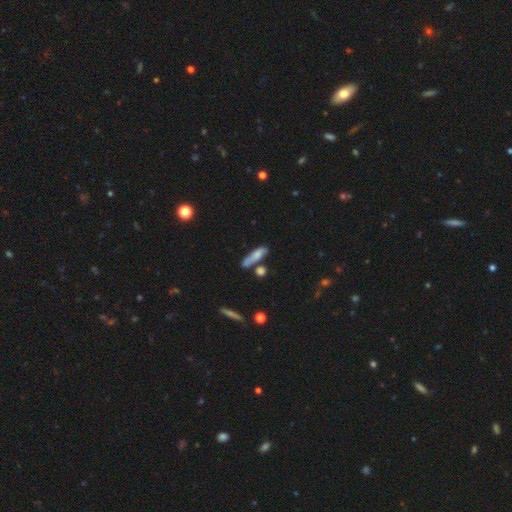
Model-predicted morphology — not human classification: type=smooth (69%); roundness=cigar-shaped (60%); merging=none (49%).